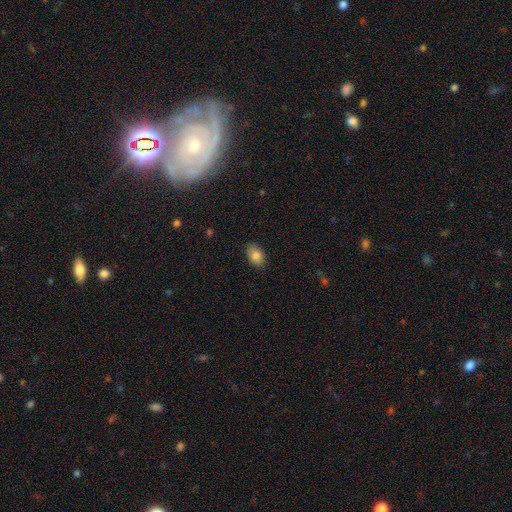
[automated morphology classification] This is clearly a smooth galaxy (83%). How rounded: clearly in between (87%). Merging: clearly none (85%).